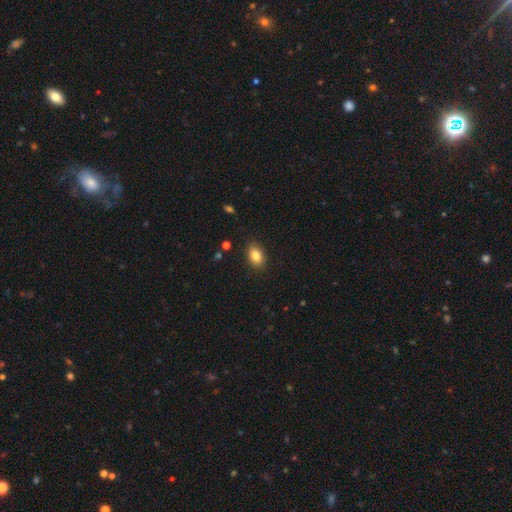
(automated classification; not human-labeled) smooth_or_featured: smooth (p=0.84) [alt: star or artifact p=0.09]
how_rounded: in between (p=0.83) [alt: round p=0.16]
merging: none (p=0.86) [alt: minor disturbance p=0.10]